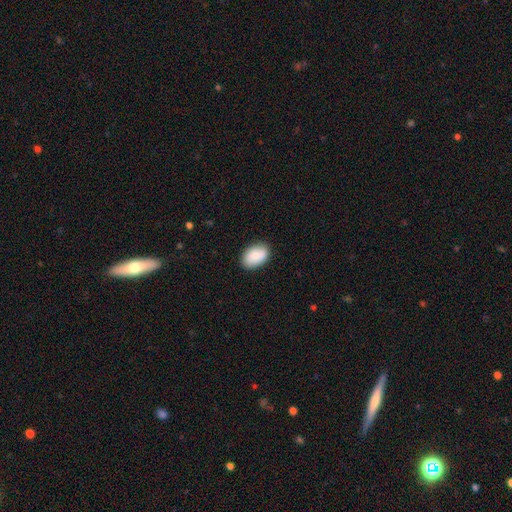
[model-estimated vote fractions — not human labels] A smooth galaxy with no disk features (85%) that is in between round and cigar-shaped (89%).

Vote fractions:
- Smooth or featured? smooth: 85% / featured or disk: 9% / star or artifact: 6%
- How rounded? in between: 89% / round: 10% / cigar-shaped: 1%
- Merging? none: 84% / minor disturbance: 12% / major disturbance: 2% / merger: 1%